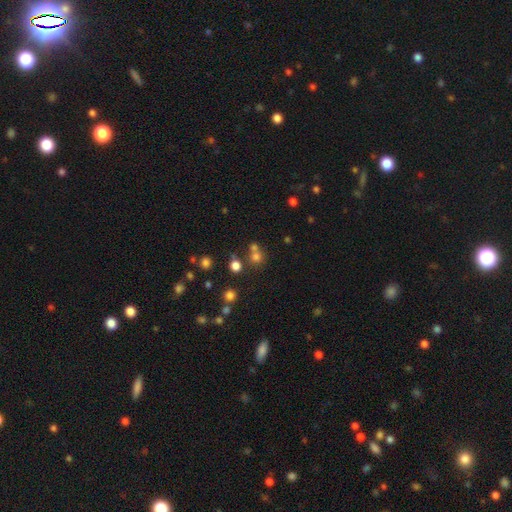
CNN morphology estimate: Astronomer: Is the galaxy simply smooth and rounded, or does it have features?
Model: smooth — 67%.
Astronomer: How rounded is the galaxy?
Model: round — 87%.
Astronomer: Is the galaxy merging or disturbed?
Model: none — 56% (runner-up: merger, 32%).